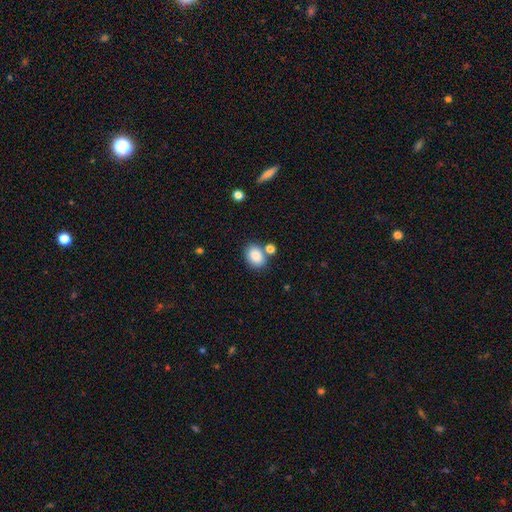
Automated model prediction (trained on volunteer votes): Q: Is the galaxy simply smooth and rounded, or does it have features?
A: smooth — 87%.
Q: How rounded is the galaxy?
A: in between — 73%.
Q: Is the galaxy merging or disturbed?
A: none — 69%.